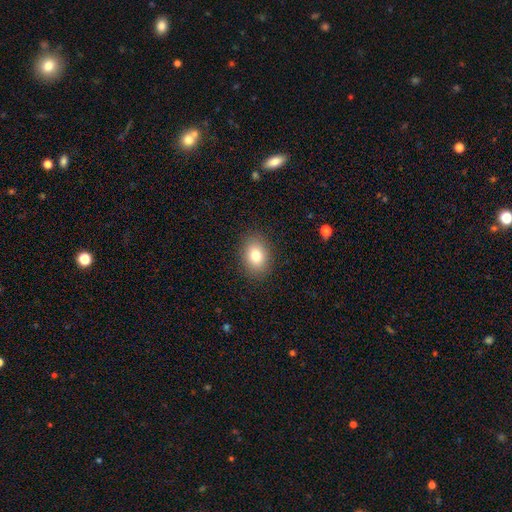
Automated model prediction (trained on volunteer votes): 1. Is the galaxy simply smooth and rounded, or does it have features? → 80% smooth, 10% featured or disk, 10% star or artifact.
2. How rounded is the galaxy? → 69% in between, 30% round, 1% cigar-shaped.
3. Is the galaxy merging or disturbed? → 88% none, 8% minor disturbance, 3% major disturbance, 1% merger.